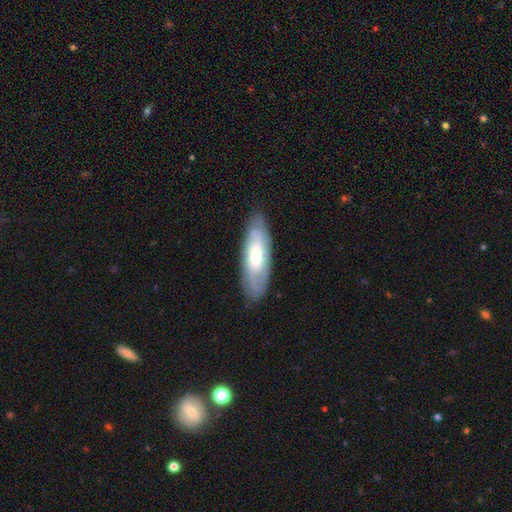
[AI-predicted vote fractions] This appears to be a featured or disk galaxy (52%). Merging: none (81%).